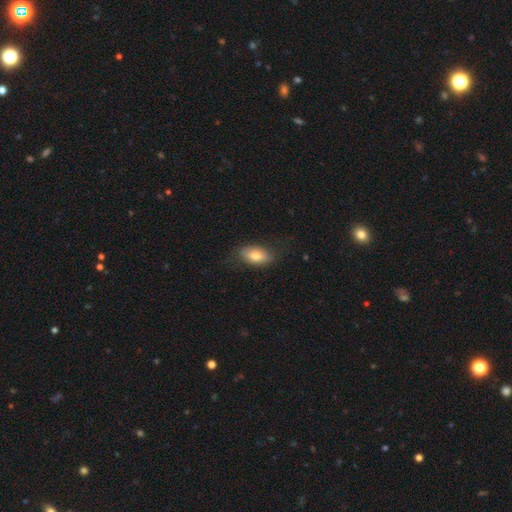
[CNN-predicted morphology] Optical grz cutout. It shows a smooth galaxy with no disk features (77%) that is in between round and cigar-shaped (90%). Merging: none (75%).